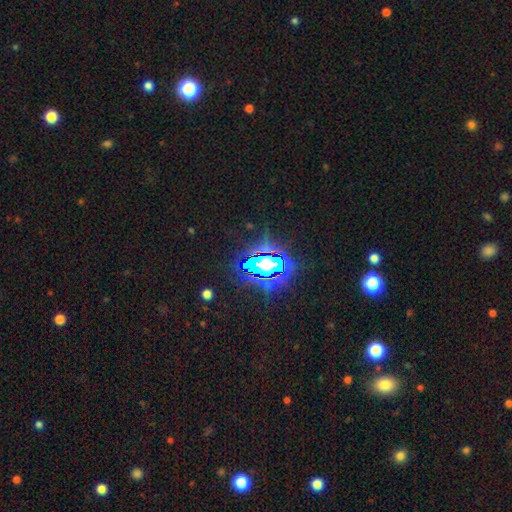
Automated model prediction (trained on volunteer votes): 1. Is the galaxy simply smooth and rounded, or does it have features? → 74% star or artifact, 15% smooth, 11% featured or disk.